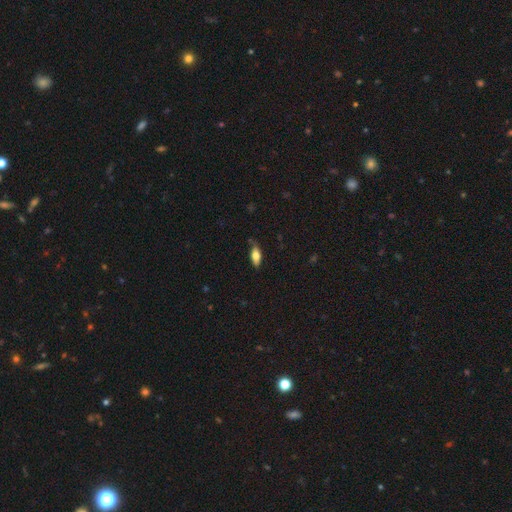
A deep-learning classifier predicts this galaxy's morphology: A smooth galaxy with no disk features (65%) that is in between round and cigar-shaped (79%).

Vote fractions:
- Smooth or featured? smooth: 65% / featured or disk: 29% / star or artifact: 7%
- How rounded? in between: 79% / cigar-shaped: 18% / round: 3%
- Merging? none: 72% / minor disturbance: 22% / major disturbance: 4% / merger: 2%